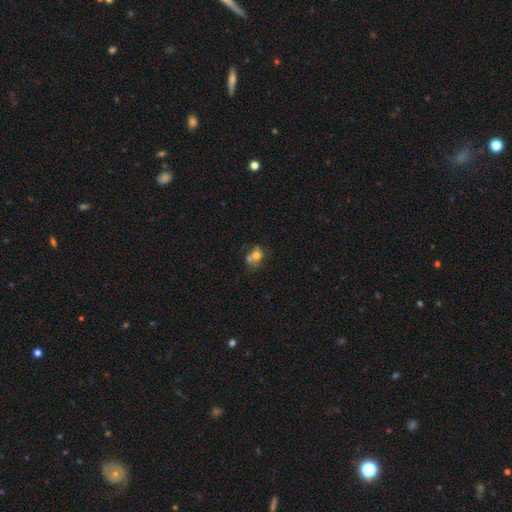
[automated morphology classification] type=smooth (66%); roundness=round (59%); merging=merger (52%).